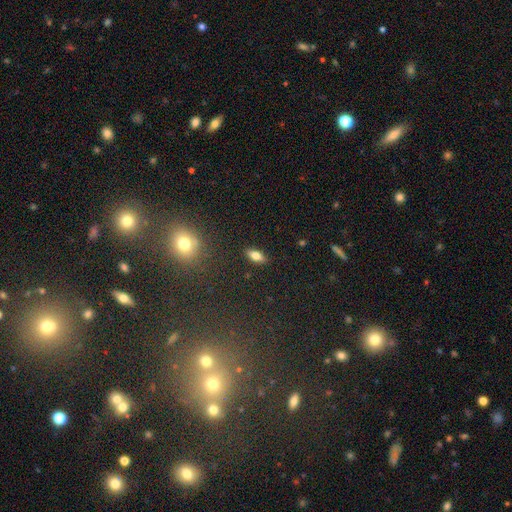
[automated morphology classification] Q: Smooth or featured?
A: smooth (75%); runner-up: featured or disk (15%)
Q: How rounded?
A: in between (82%); runner-up: cigar-shaped (14%)
Q: Merging?
A: none (88%); runner-up: minor disturbance (8%)